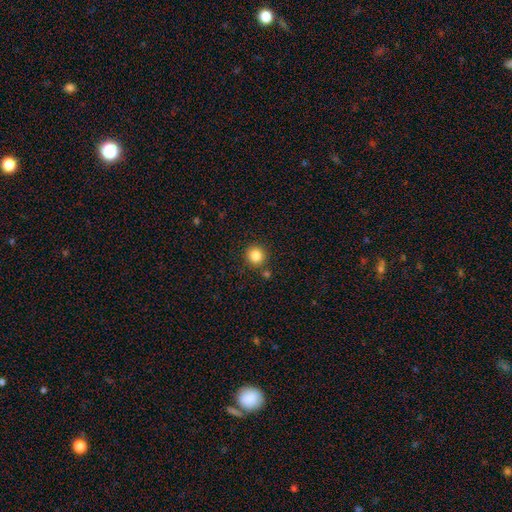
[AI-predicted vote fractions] smooth 85%, star or artifact 11%, featured or disk 5%. Down the decision tree: how rounded — round (92%); merging — none (86%).